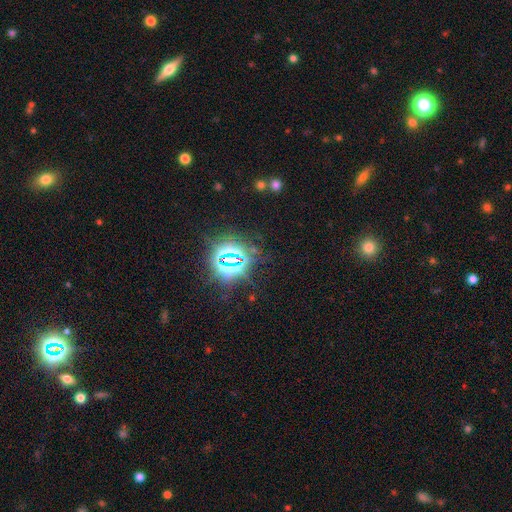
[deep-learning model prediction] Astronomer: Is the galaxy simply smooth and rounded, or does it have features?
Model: star or artifact — 81%.